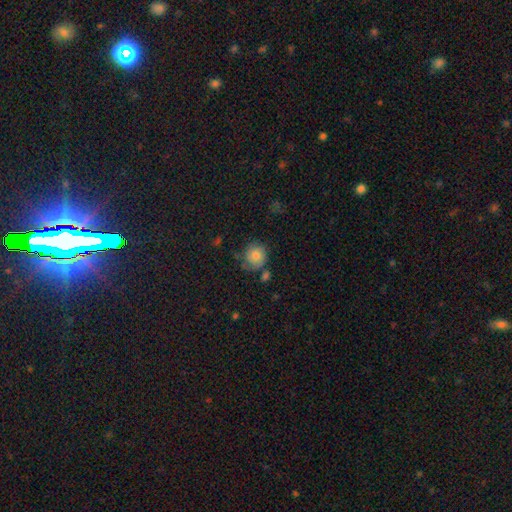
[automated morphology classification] smooth-or-featured: smooth: 76% | featured or disk: 16% | star or artifact: 8%
  how-rounded: round: 85% | in between: 14% | cigar-shaped: 1%
  merging: none: 60% | minor disturbance: 24% | major disturbance: 9% | merger: 7%